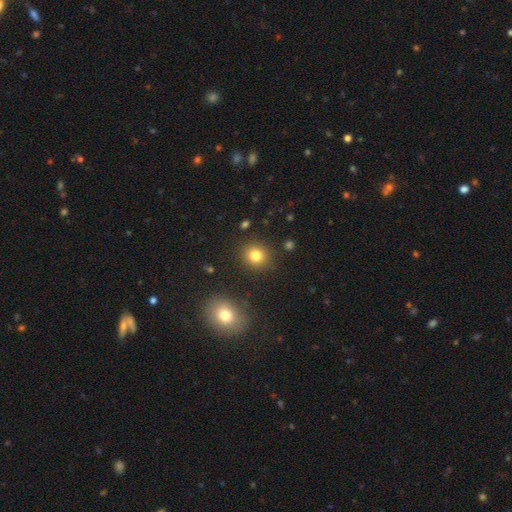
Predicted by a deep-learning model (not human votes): Q: Smooth or featured?
A: smooth (80%); runner-up: star or artifact (13%)
Q: How rounded?
A: round (83%); runner-up: in between (16%)
Q: Merging?
A: none (88%); runner-up: minor disturbance (7%)